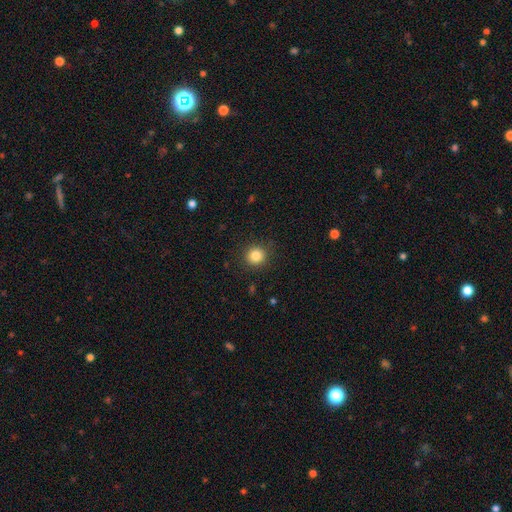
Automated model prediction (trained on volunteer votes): smooth_or_featured: smooth (p=0.84) [alt: star or artifact p=0.11]
how_rounded: round (p=0.91) [alt: in between p=0.08]
merging: none (p=0.90) [alt: minor disturbance p=0.07]